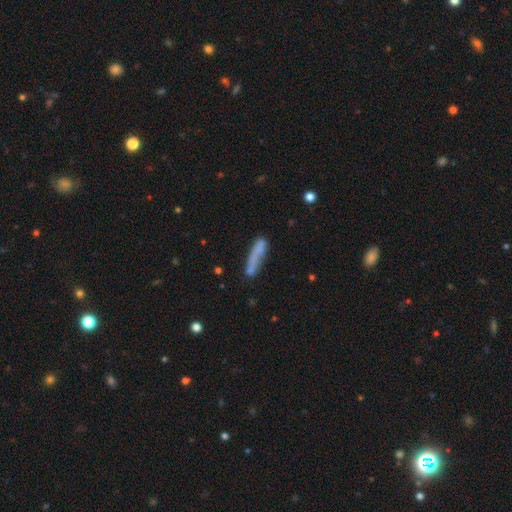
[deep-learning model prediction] Smooth or featured?
  - smooth: 63% *
  - featured or disk: 26%
  - star or artifact: 11%
How rounded?
  - cigar-shaped: 82% *
  - in between: 16%
  - round: 2%
Merging?
  - none: 56% *
  - minor disturbance: 22%
  - major disturbance: 11%
  - merger: 11%